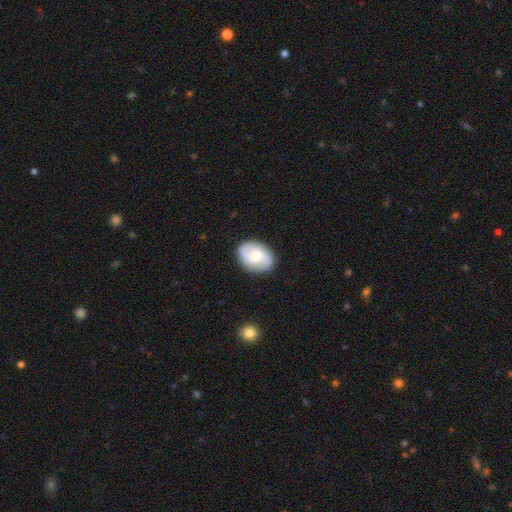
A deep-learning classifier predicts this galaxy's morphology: featured or disk 55%, smooth 39%, star or artifact 6%. Down the decision tree: edge-on disk — no (96%); bar — no (55%); spiral arms — yes (84%); bulge size — moderate (61%); merging — none (84%).